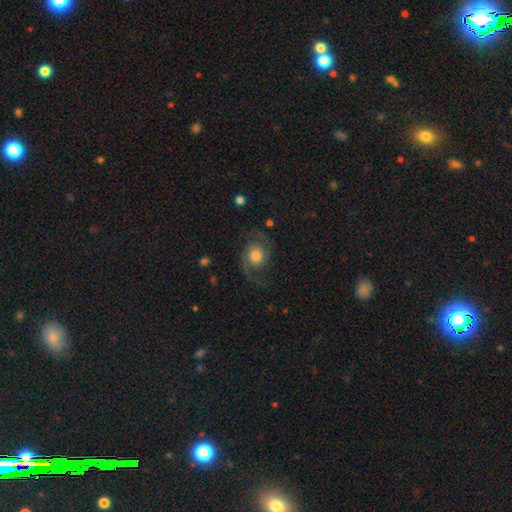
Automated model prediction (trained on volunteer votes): Smooth or featured? featured or disk (85%)
Edge-on disk? no (98%)
Bar? no (74%)
Spiral arms? yes (97%)
Spiral winding? medium (53%)
Spiral arm count? 2 (94%)
Bulge size? moderate (57%)
Merging? none (77%)